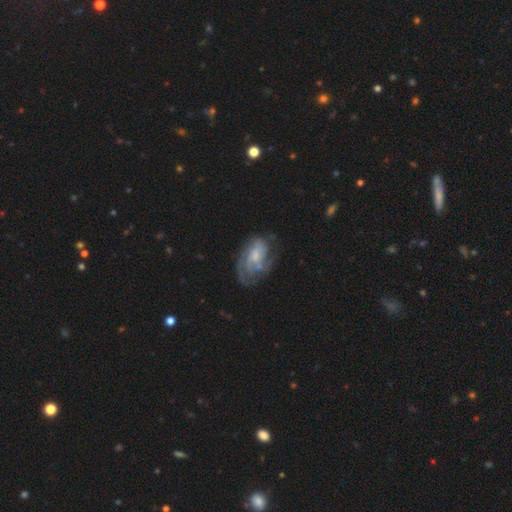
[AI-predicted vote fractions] A featured or disk galaxy (75%) with no bar (58%), tight (47%) spiral arms (87%) and a small central bulge (41%). Merging: none (53%).